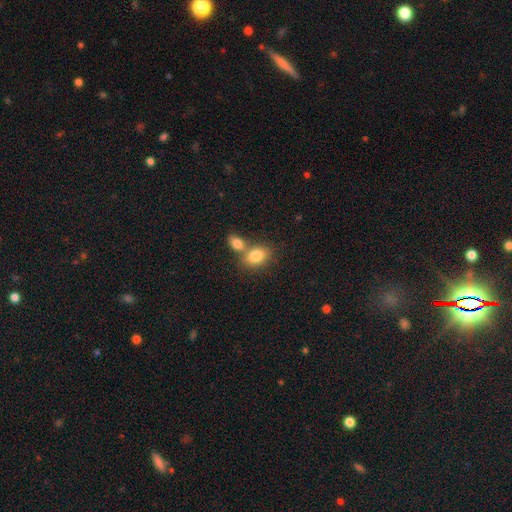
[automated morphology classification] smooth_or_featured: smooth (p=0.82) [alt: featured or disk p=0.10]
how_rounded: in between (p=0.77) [alt: round p=0.22]
merging: merger (p=0.47) [alt: none p=0.40]